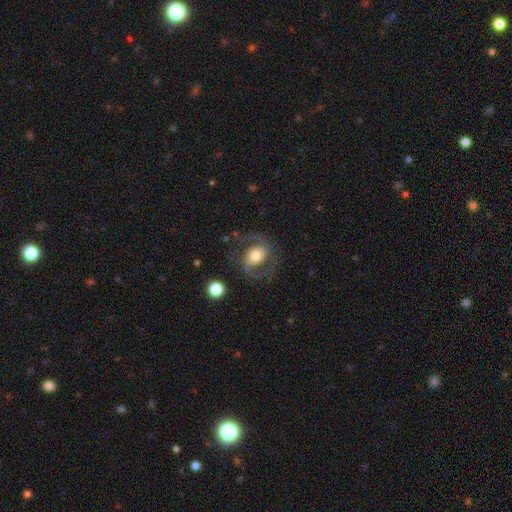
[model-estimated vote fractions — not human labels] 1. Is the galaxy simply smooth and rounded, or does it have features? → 78% featured or disk, 16% smooth, 6% star or artifact.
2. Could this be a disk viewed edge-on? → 97% no, 3% yes.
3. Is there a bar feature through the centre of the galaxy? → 48% no, 35% weak, 18% strong.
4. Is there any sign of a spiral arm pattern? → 90% yes, 10% no.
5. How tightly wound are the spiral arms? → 56% medium, 27% loose, 17% tight.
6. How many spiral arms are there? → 90% 2, 3% 1, 3% can't tell, 1% 3, 1% 4, 1% more than 4.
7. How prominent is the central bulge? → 60% moderate, 23% large, 13% small, 3% dominant, 2% none.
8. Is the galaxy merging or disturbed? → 72% none, 14% minor disturbance, 13% major disturbance, 2% merger.